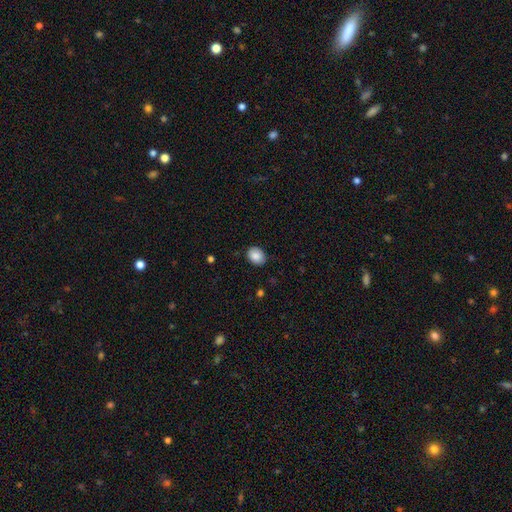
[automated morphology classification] smooth 87%, star or artifact 8%, featured or disk 5%. Down the decision tree: how rounded — in between (57%); merging — none (86%).